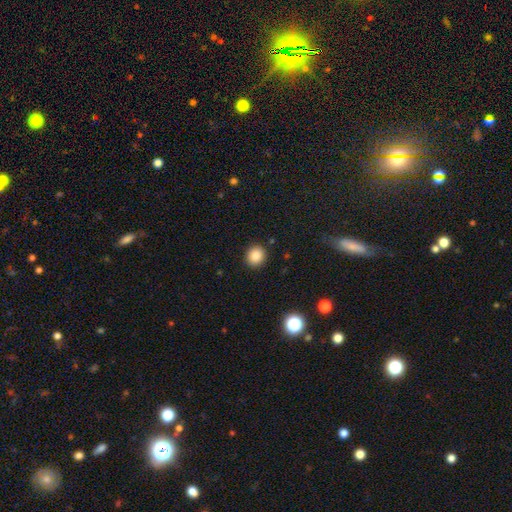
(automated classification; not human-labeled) smooth 87%, star or artifact 10%, featured or disk 3%. Down the decision tree: how rounded — round (84%); merging — none (90%).